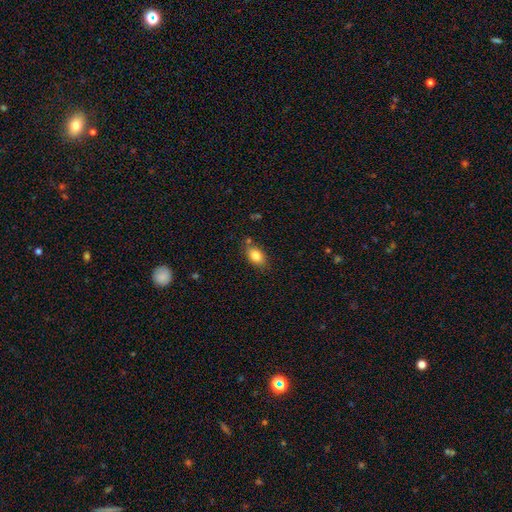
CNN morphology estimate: Overall: smooth (83%). How rounded: in between (85%). Merging: none (75%).